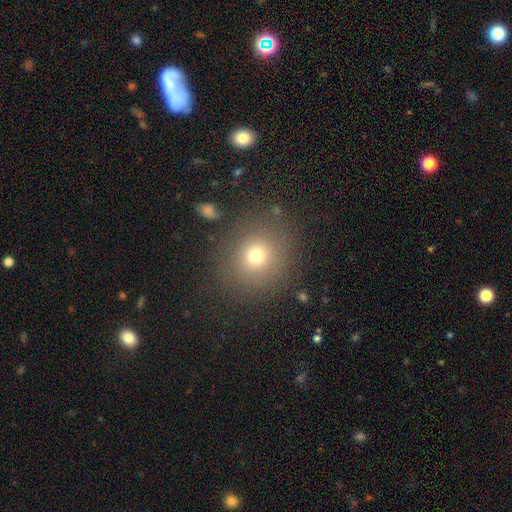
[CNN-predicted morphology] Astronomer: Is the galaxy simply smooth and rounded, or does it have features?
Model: smooth — 72%.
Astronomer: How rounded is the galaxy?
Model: round — 85%.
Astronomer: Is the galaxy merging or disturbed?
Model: none — 85%.